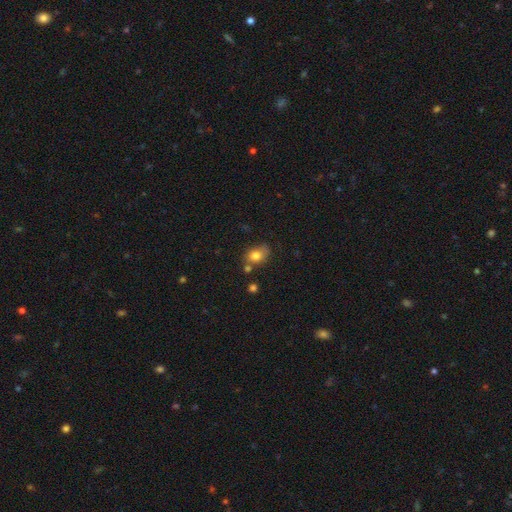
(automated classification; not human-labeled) smooth_or_featured: smooth (p=0.79) [alt: featured or disk p=0.11]
how_rounded: in between (p=0.64) [alt: round p=0.35]
merging: none (p=0.57) [alt: minor disturbance p=0.24]